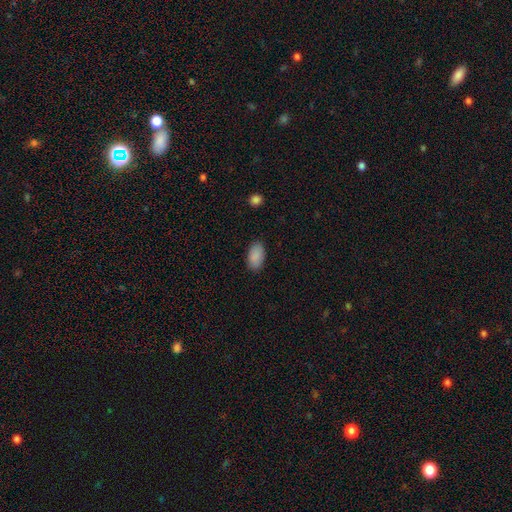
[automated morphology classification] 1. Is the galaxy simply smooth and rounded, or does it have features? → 90% smooth, 7% star or artifact, 3% featured or disk.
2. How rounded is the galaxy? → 95% in between, 3% round, 2% cigar-shaped.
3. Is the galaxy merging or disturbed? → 88% none, 9% minor disturbance, 2% major disturbance, 1% merger.